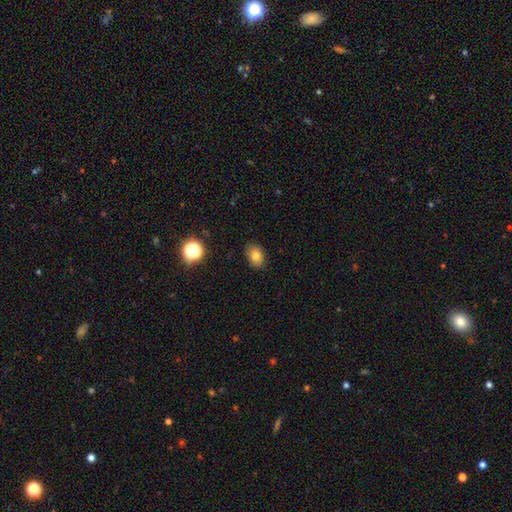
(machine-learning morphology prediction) The model was most divided on "how rounded": in between: 74%, round: 25%, cigar-shaped: 1%. More confident: merging — none (85%); smooth or featured — smooth (79%).